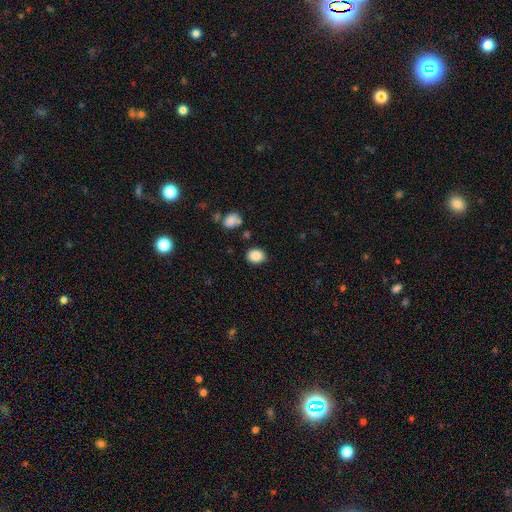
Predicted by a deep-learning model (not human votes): Q: Smooth or featured?
A: smooth (87%); runner-up: star or artifact (9%)
Q: How rounded?
A: in between (51%); runner-up: round (48%)
Q: Merging?
A: none (84%); runner-up: minor disturbance (10%)